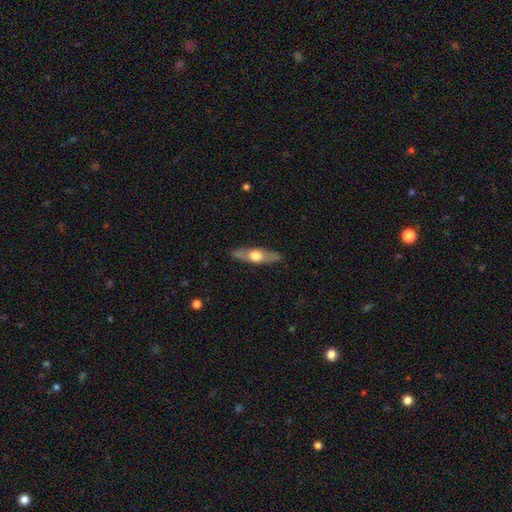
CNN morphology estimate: Smooth or featured?
  - featured or disk: 54% *
  - smooth: 41%
  - star or artifact: 5%
Edge-on disk?
  - yes: 77% *
  - no: 23%
Merging?
  - none: 85% *
  - minor disturbance: 11%
  - major disturbance: 3%
  - merger: 1%